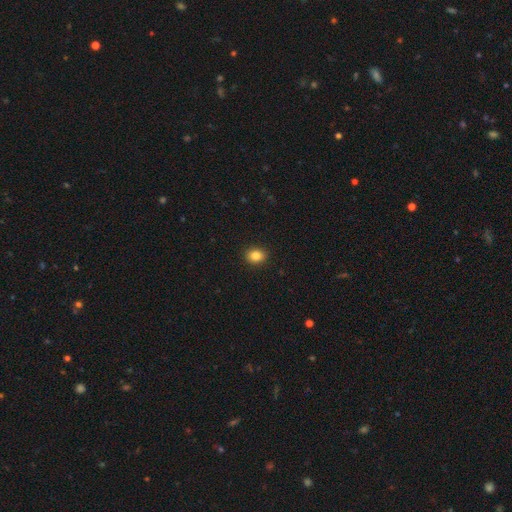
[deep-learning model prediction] A smooth galaxy with no disk features (85%) that is round (53%). Merging: none (92%).